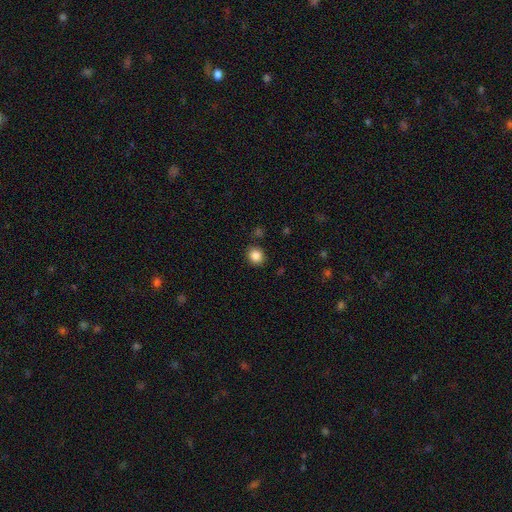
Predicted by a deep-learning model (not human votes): Smooth or featured? Predicted: smooth (p=0.85). How rounded? Predicted: round (p=0.83). Merging? Predicted: none (p=0.88).